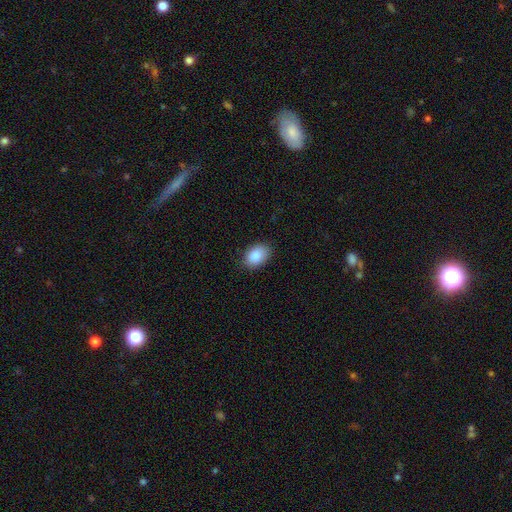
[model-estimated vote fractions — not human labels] smooth 89%, star or artifact 7%, featured or disk 4%. Down the decision tree: how rounded — in between (86%); merging — none (85%).